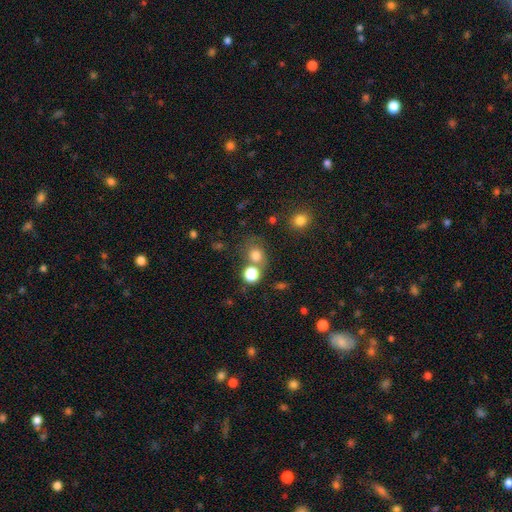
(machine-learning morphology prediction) Q: Smooth or featured?
A: smooth (77%); runner-up: star or artifact (15%)
Q: How rounded?
A: round (74%); runner-up: in between (25%)
Q: Merging?
A: none (57%); runner-up: merger (26%)